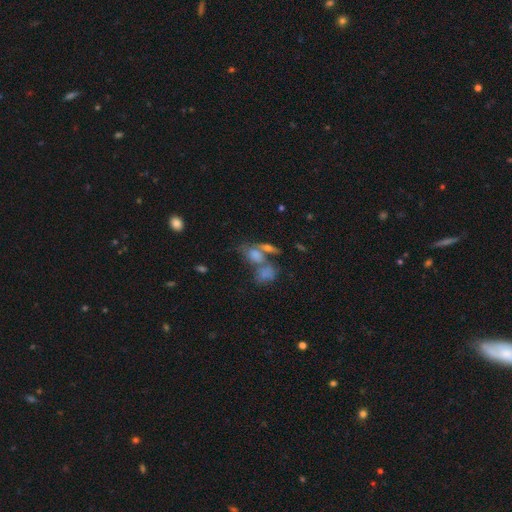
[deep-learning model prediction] smooth-or-featured: smooth: 56% | featured or disk: 26% | star or artifact: 18%
  how-rounded: in between: 71% | round: 23% | cigar-shaped: 6%
  merging: merger: 47% | none: 30% | minor disturbance: 12% | major disturbance: 11%